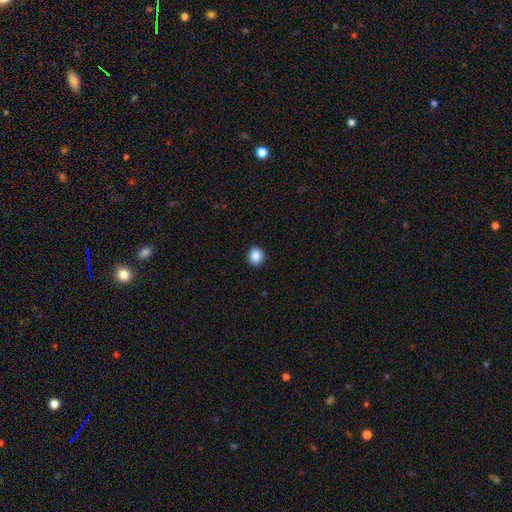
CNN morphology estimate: Smooth or featured? Predicted: smooth (p=0.88). How rounded? Predicted: round (p=0.83). Merging? Predicted: none (p=0.90).